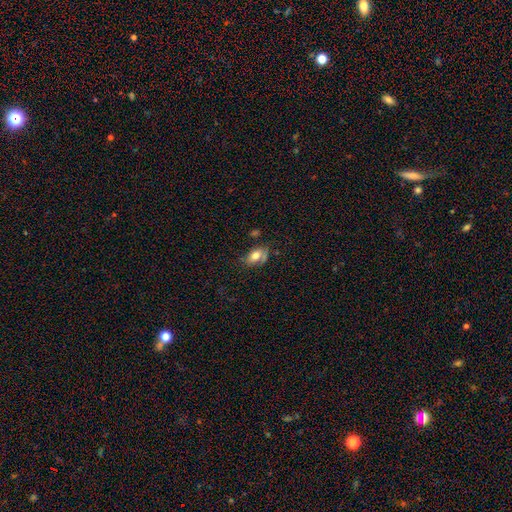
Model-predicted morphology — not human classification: type=smooth (72%); roundness=in between (87%); merging=none (53%).